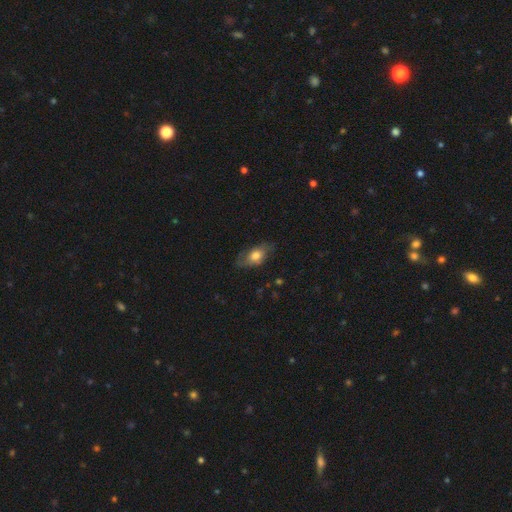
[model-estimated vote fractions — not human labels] smooth 63%, featured or disk 30%, star or artifact 7%. Down the decision tree: how rounded — in between (85%); merging — none (70%).